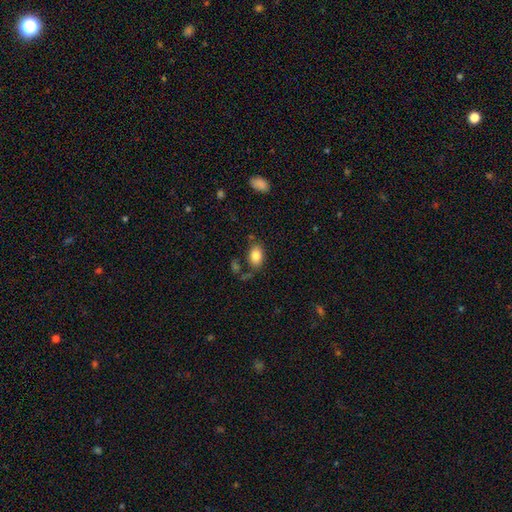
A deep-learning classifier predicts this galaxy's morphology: This appears to be a smooth galaxy with no disk features (84%) that is in between round and cigar-shaped (85%). Merging: none (72%).